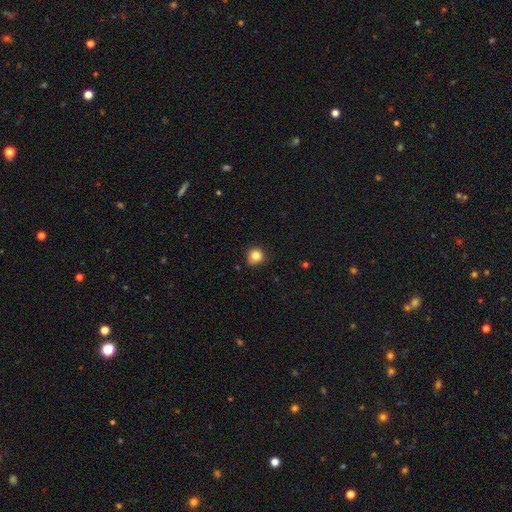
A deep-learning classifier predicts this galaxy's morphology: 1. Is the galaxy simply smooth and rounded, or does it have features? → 83% smooth, 11% star or artifact, 6% featured or disk.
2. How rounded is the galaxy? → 85% round, 14% in between, 1% cigar-shaped.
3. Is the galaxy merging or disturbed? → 72% none, 23% minor disturbance, 4% major disturbance, 2% merger.